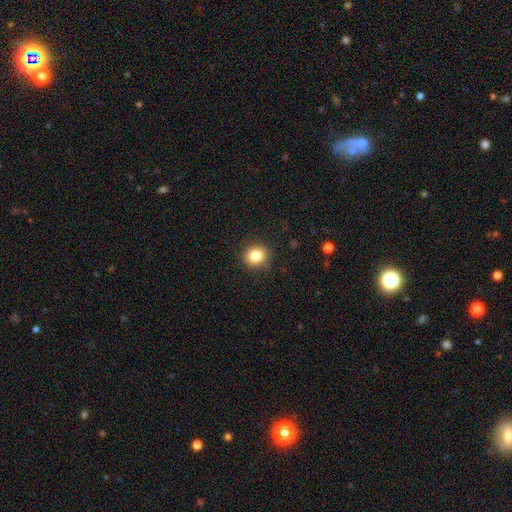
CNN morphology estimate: A smooth galaxy with no disk features (83%) that is round (82%). Merging: none (89%).